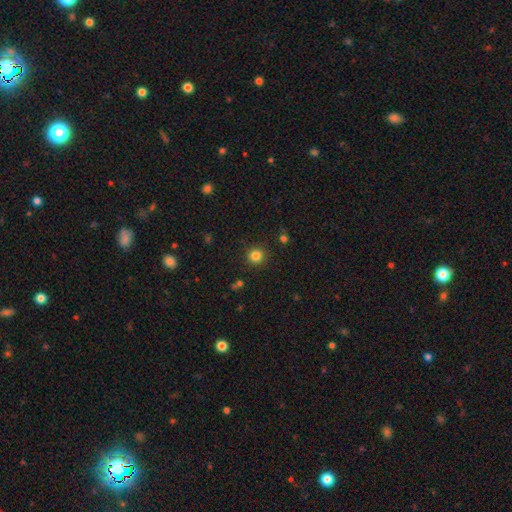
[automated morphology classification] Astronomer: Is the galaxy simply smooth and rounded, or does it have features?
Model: smooth — 82%.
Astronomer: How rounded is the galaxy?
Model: round — 94%.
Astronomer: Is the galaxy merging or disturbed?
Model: none — 91%.